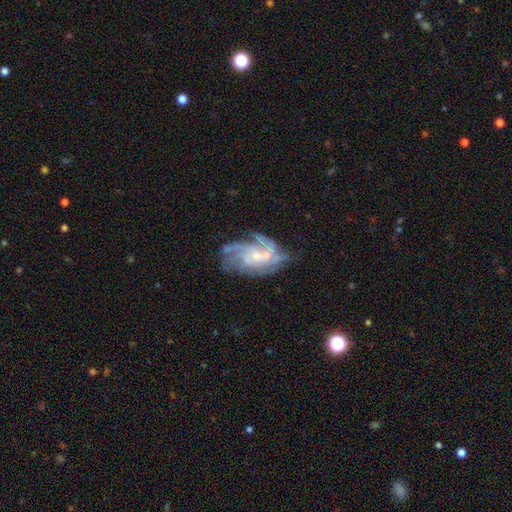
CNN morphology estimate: A featured or disk galaxy (81%) with no bar (67%), 4 (29%, tied with can't tell) tight (42%) spiral arms (88%) and a small central bulge (61%).

Vote fractions:
- Smooth or featured? featured or disk: 81% / smooth: 10% / star or artifact: 9%
- Edge-on disk? no: 97% / yes: 3%
- Bar? no: 67% / weak: 28% / strong: 5%
- Spiral arms? yes: 88% / no: 12%
- Spiral winding? tight: 42% / medium: 40% / loose: 17%
- Spiral arm count? 4: 29% (tied) / can't tell: 29% (tied) / 3: 20% / more than 4: 9% / 2: 8% / 1: 5%
- Bulge size? small: 61% / moderate: 28% / none: 8% / large: 2% / dominant: 1%
- Merging? none: 47% / minor disturbance: 20% / major disturbance: 20% / merger: 13%